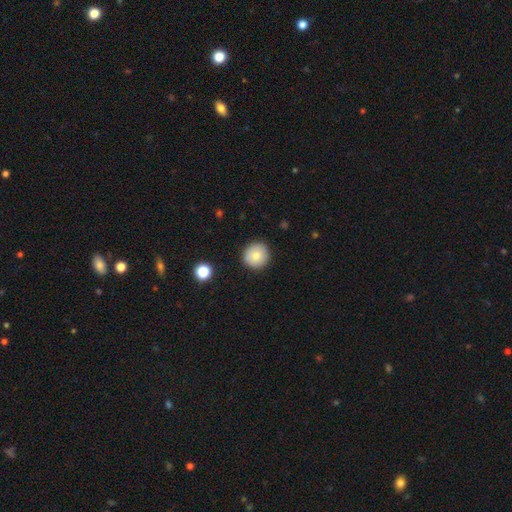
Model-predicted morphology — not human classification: smooth 77%, featured or disk 14%, star or artifact 9%. Down the decision tree: how rounded — round (95%); merging — none (90%).